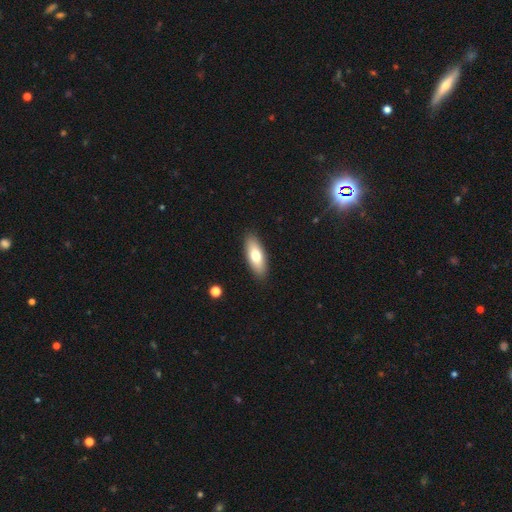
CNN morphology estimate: Smooth or featured?
  - smooth: 72% *
  - featured or disk: 22%
  - star or artifact: 6%
How rounded?
  - in between: 73% *
  - cigar-shaped: 24%
  - round: 2%
Merging?
  - none: 89% *
  - minor disturbance: 8%
  - major disturbance: 2%
  - merger: 1%